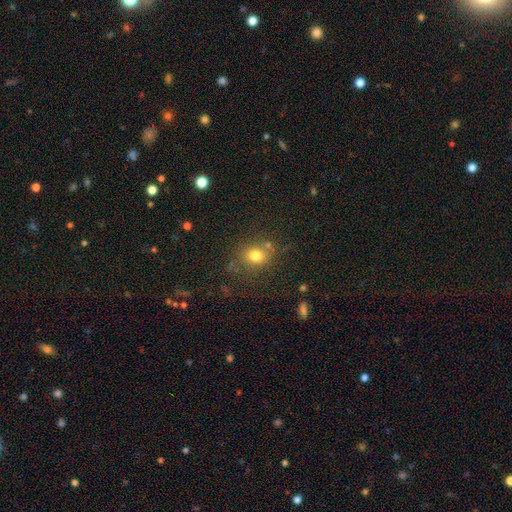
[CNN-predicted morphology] A smooth galaxy with no disk features (75%) that is round (65%). Merging: none (71%).